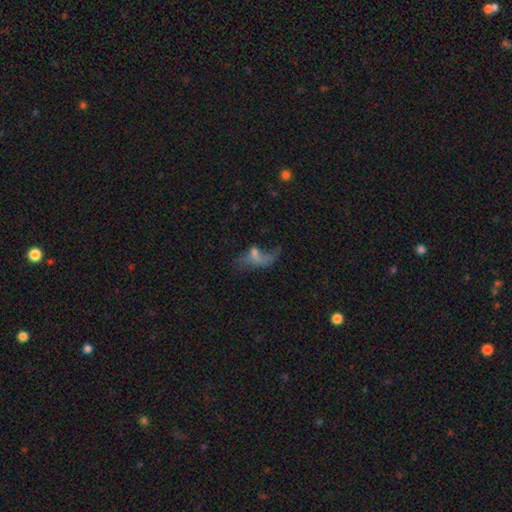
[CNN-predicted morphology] A featured or disk galaxy (45%).

Vote fractions:
- Smooth or featured? featured or disk: 45% / smooth: 39% / star or artifact: 16%
- Merging? major disturbance: 42% / none: 27% / minor disturbance: 18% / merger: 13%